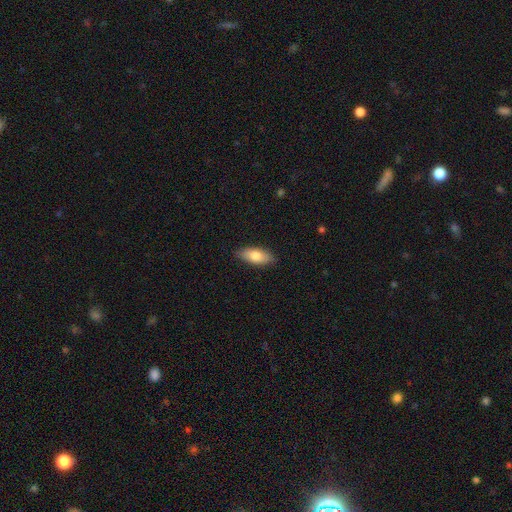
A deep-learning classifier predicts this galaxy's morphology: This is likely a smooth galaxy (78%). How rounded: clearly in between (84%). Merging: clearly none (87%).